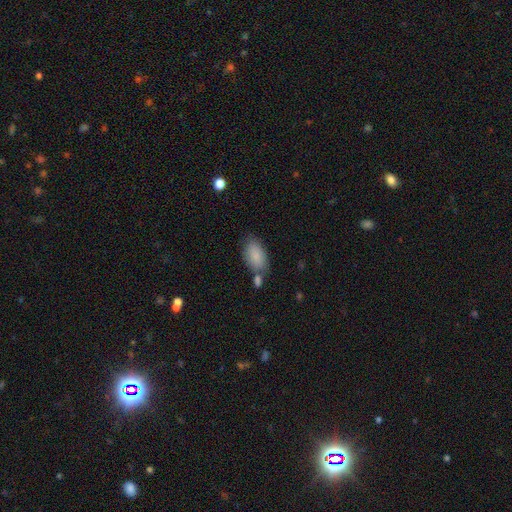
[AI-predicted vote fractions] The model was most divided on "merging": none: 62%, minor disturbance: 18%, merger: 15%, major disturbance: 5%. More confident: how rounded — in between (93%); smooth or featured — smooth (87%).